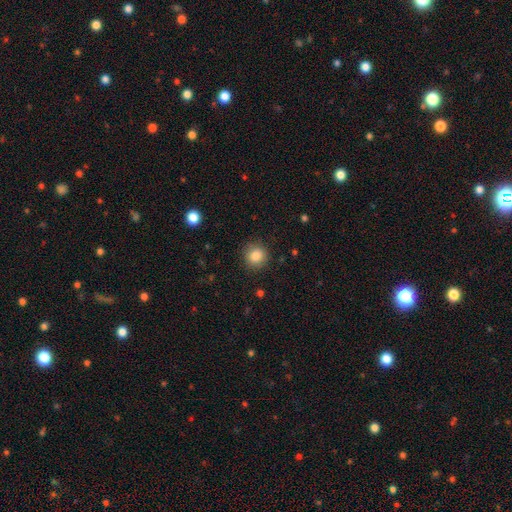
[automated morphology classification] Overall: smooth (85%). How rounded: round (91%). Merging: none (88%).